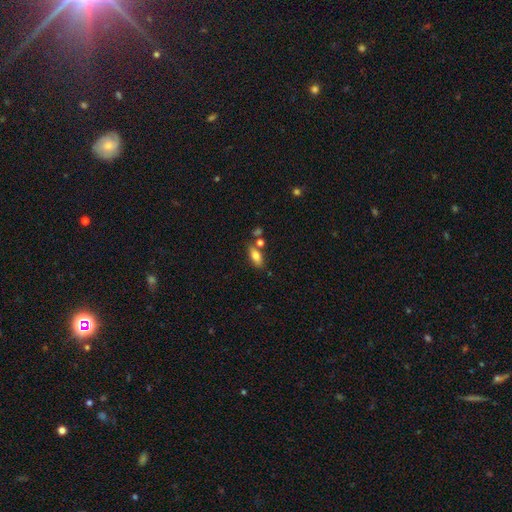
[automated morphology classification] Smooth or featured? Predicted: smooth (p=0.75). How rounded? Predicted: in between (p=0.80). Merging? Predicted: none (p=0.68).